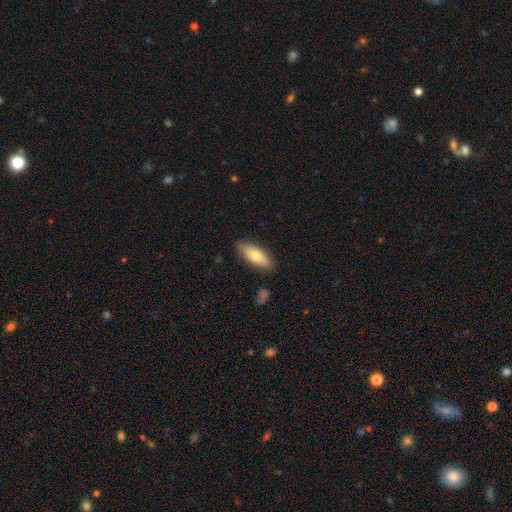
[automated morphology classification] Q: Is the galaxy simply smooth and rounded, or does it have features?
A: smooth — 70%.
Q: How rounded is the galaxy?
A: in between — 77%.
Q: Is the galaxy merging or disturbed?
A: none — 84%.